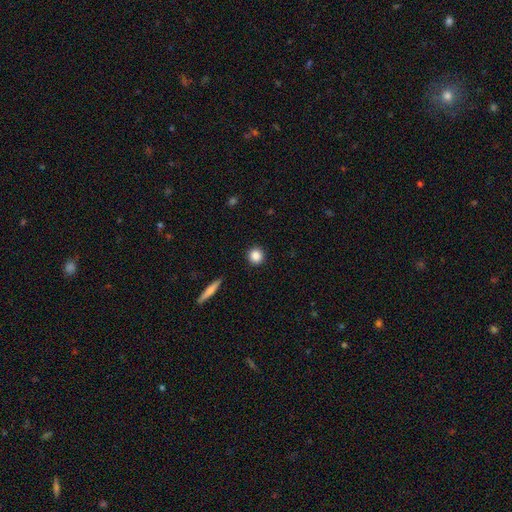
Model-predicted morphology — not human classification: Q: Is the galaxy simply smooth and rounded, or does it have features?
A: smooth — 86%.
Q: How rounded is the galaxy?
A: round — 93%.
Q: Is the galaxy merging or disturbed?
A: none — 92%.